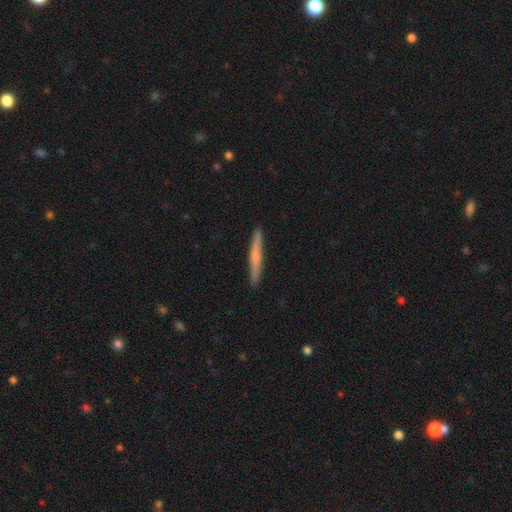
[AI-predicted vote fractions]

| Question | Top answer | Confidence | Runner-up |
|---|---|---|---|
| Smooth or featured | smooth | 55% | featured or disk (39%) |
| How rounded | cigar-shaped | 96% | in between (2%) |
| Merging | none | 91% | minor disturbance (6%) |